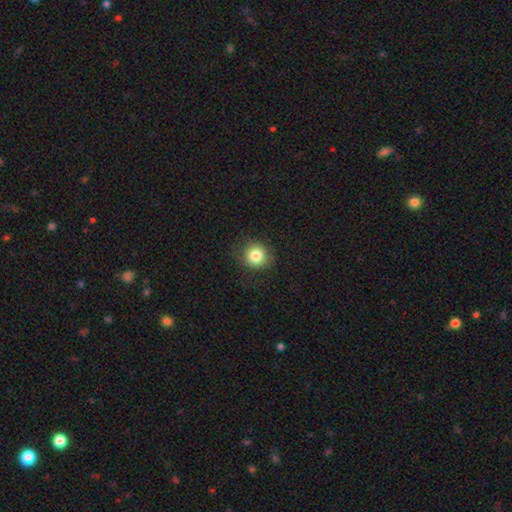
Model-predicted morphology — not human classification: This appears to be a smooth galaxy with no disk features (83%) that is round (90%). Merging: none (83%).